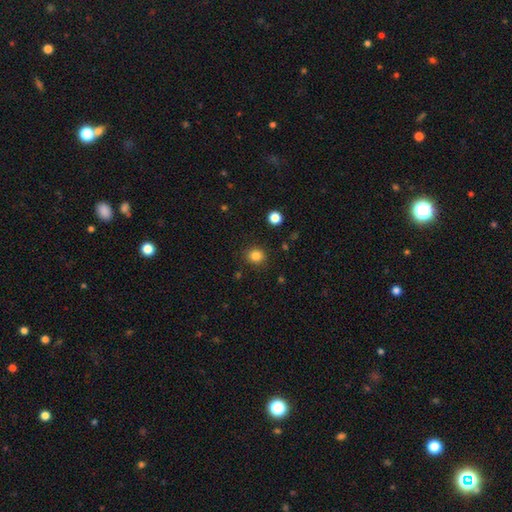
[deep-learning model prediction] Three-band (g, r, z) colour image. It shows a smooth galaxy with no disk features (84%) that is round (84%). Merging: none (88%).